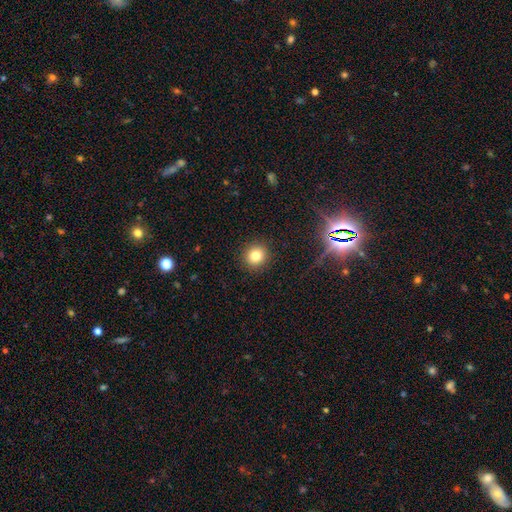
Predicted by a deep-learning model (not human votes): smooth_or_featured: smooth (p=0.81) [alt: star or artifact p=0.12]
how_rounded: round (p=0.90) [alt: in between p=0.09]
merging: none (p=0.91) [alt: minor disturbance p=0.06]